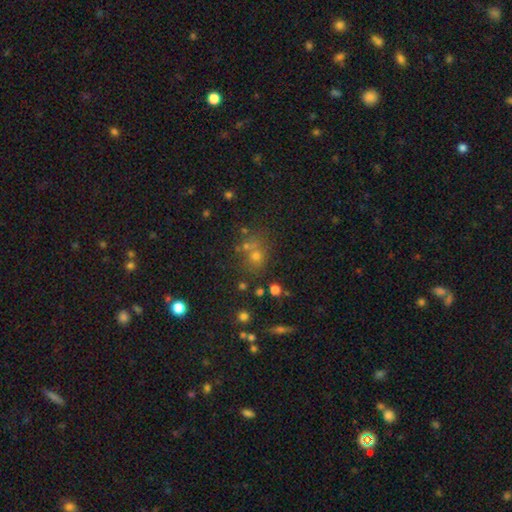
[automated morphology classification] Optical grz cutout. It shows a smooth galaxy with no disk features (51%) that is round (77%). Merging: none (61%).